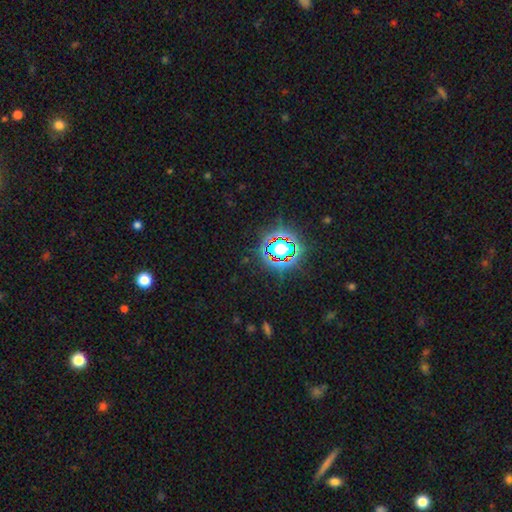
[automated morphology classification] smooth_or_featured: star or artifact (p=0.80) [alt: smooth p=0.13]